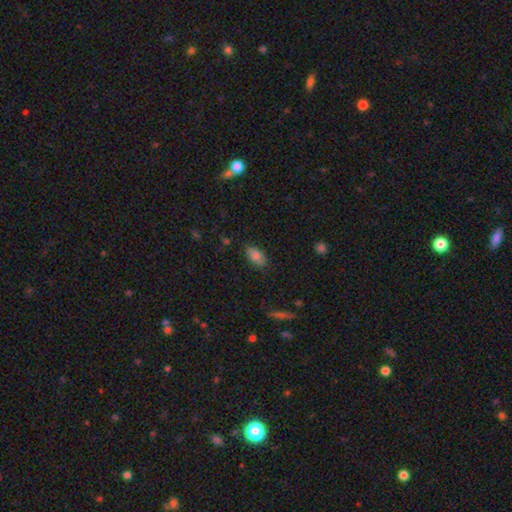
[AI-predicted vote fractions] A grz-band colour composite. It shows a smooth galaxy with no disk features (80%) that is in between round and cigar-shaped (91%). Merging: none (82%).